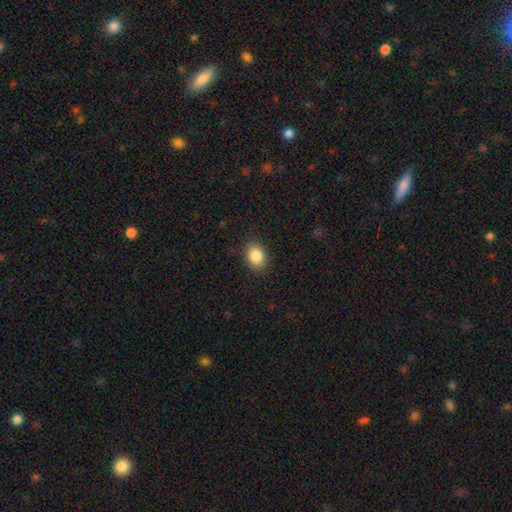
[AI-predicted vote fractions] Smooth or featured?
  - smooth: 87% *
  - star or artifact: 8%
  - featured or disk: 5%
How rounded?
  - in between: 68% *
  - round: 31%
  - cigar-shaped: 1%
Merging?
  - none: 87% *
  - minor disturbance: 9%
  - major disturbance: 3%
  - merger: 1%